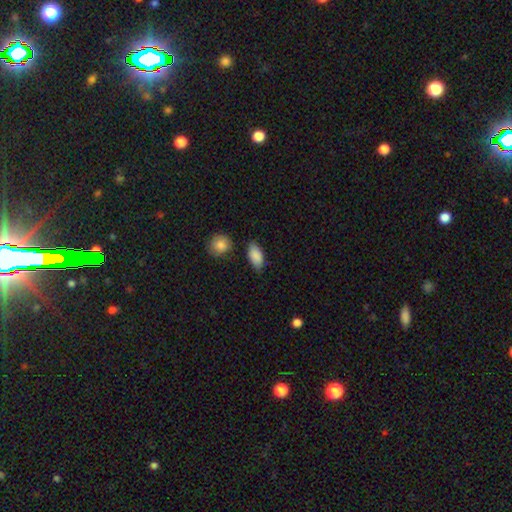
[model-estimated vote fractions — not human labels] Smooth or featured? smooth (88%)
How rounded? in between (92%)
Merging? none (75%)